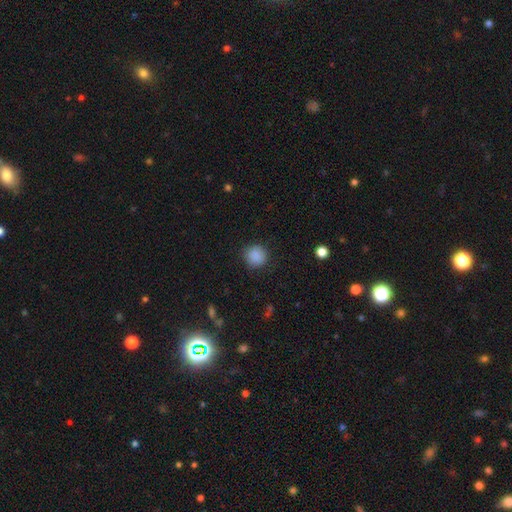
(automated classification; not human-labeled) Smooth or featured? Predicted: smooth (p=0.88). How rounded? Predicted: round (p=0.91). Merging? Predicted: none (p=0.87).